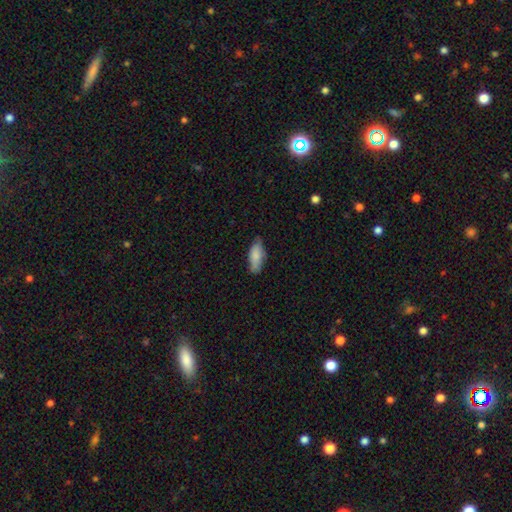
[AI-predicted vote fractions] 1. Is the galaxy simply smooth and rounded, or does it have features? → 83% smooth, 11% featured or disk, 6% star or artifact.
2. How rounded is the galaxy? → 76% in between, 22% cigar-shaped, 2% round.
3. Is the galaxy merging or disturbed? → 73% none, 22% minor disturbance, 4% major disturbance, 1% merger.